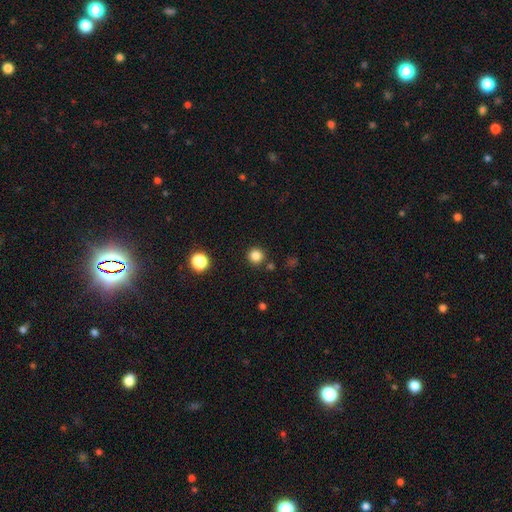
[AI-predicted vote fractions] This appears to be a smooth galaxy with no disk features (84%) that is round (95%). Merging: none (88%).